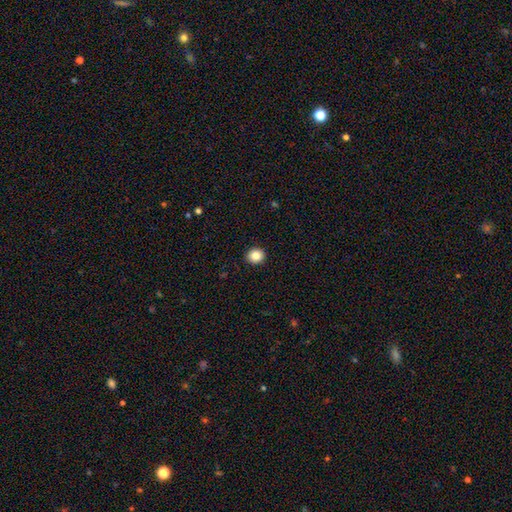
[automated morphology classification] Smooth or featured? Predicted: smooth (p=0.85). How rounded? Predicted: round (p=0.82). Merging? Predicted: none (p=0.93).